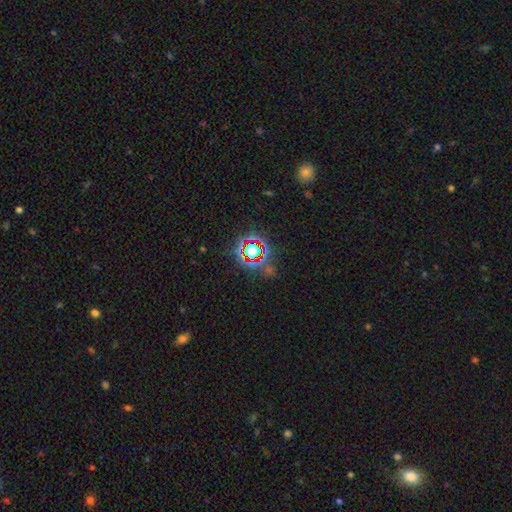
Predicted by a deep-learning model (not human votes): Q: Smooth or featured?
A: star or artifact (78%); runner-up: smooth (13%)